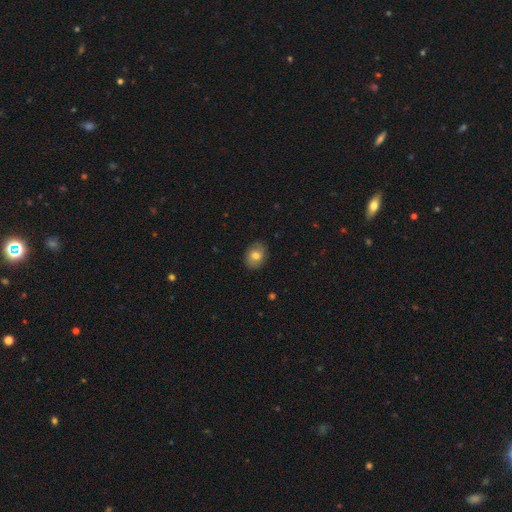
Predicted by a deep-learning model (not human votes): A smooth galaxy with no disk features (75%) that is in between round and cigar-shaped (60%). Merging: none (87%).